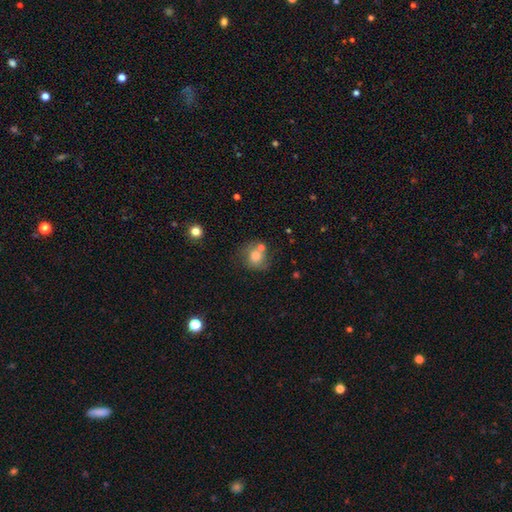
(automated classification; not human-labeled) smooth-or-featured: smooth: 71% | featured or disk: 19% | star or artifact: 10%
  how-rounded: round: 79% | in between: 20% | cigar-shaped: 1%
  merging: none: 52% | merger: 22% | minor disturbance: 18% | major disturbance: 8%